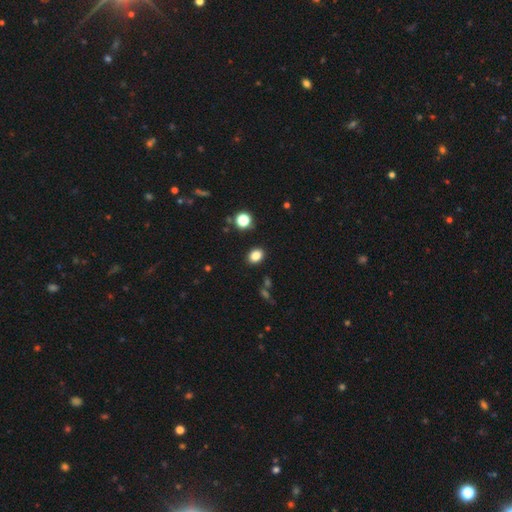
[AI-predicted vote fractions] smooth-or-featured: smooth: 84% | star or artifact: 12% | featured or disk: 5%
  how-rounded: in between: 53% | round: 46% | cigar-shaped: 1%
  merging: none: 88% | minor disturbance: 8% | merger: 2% | major disturbance: 2%